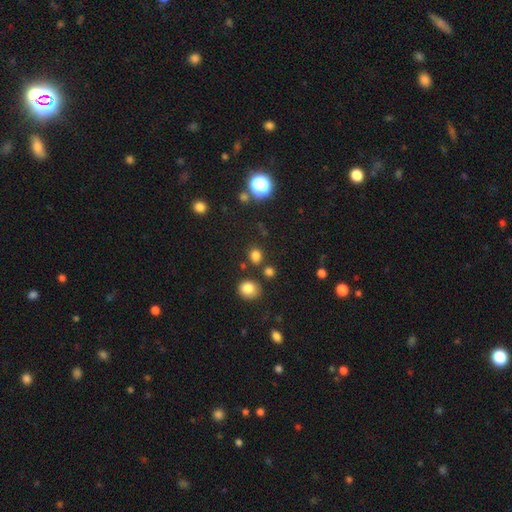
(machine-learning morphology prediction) Overall: smooth (77%). How rounded: round (68%; in between 31%). Merging: none (78%).